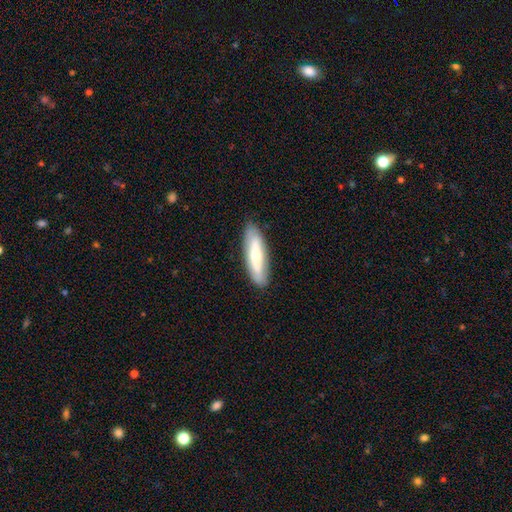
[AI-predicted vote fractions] A smooth galaxy with no disk features (53%) that is cigar-shaped (58%). Merging: none (86%).